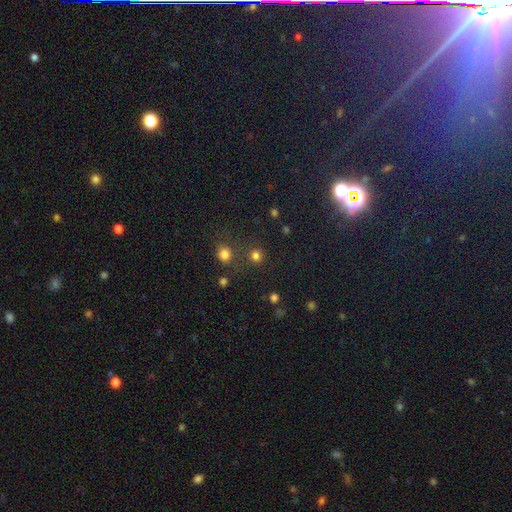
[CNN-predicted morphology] The model was most divided on "smooth or featured": smooth: 77%, star or artifact: 18%, featured or disk: 5%. More confident: how rounded — round (91%); merging — none (77%).